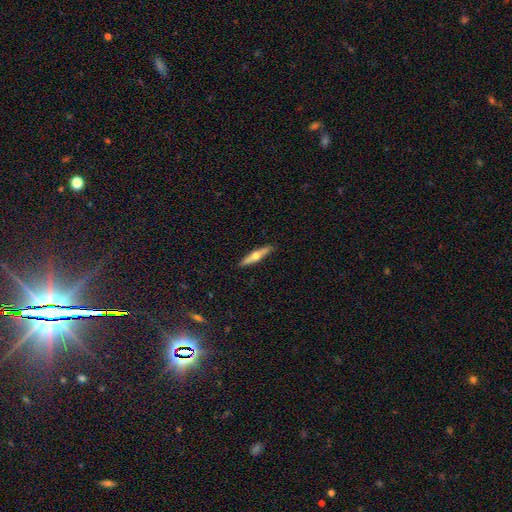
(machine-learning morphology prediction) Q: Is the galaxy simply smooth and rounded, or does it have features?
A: featured or disk — 51%.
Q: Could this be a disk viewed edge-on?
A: yes — 93%.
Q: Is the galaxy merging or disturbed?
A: none — 90%.